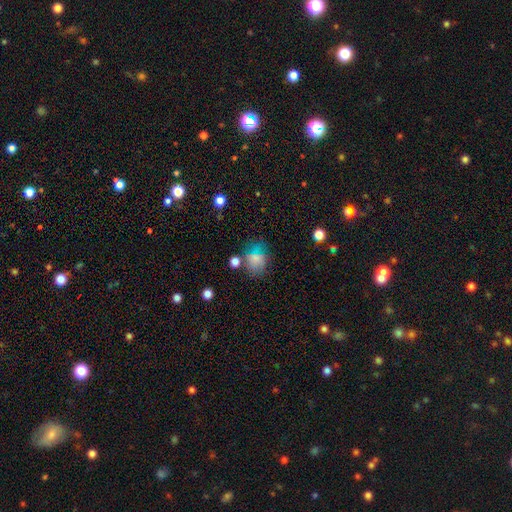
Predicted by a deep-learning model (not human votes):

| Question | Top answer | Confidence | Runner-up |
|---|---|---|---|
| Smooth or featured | smooth | 72% | star or artifact (15%) |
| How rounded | round | 59% | in between (40%) |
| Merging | none | 55% | minor disturbance (22%) |